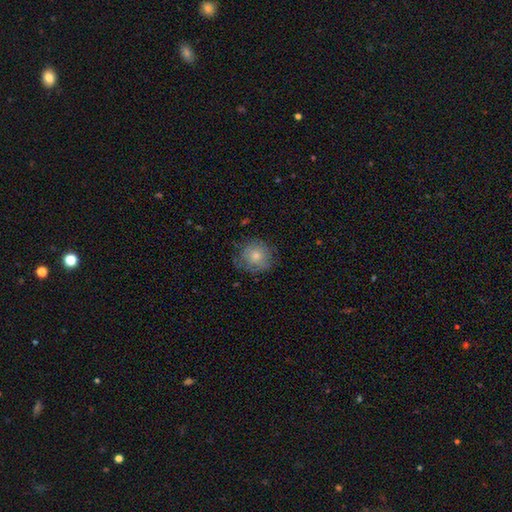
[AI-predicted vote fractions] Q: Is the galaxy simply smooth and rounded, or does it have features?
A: smooth — 56%.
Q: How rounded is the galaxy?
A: round — 90%.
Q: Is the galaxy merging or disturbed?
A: none — 76%.